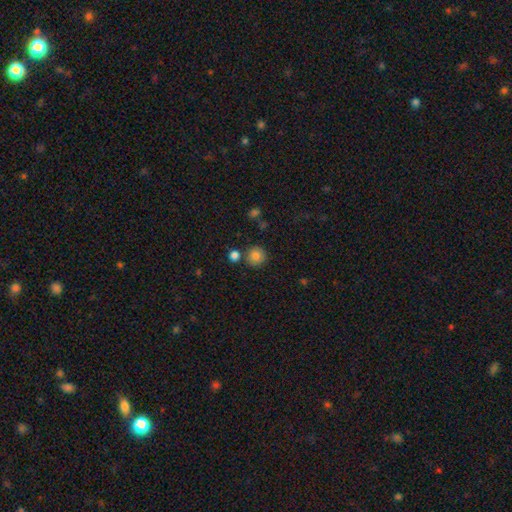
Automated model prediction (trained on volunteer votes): smooth 83%, star or artifact 11%, featured or disk 6%. Down the decision tree: how rounded — round (93%); merging — none (80%).